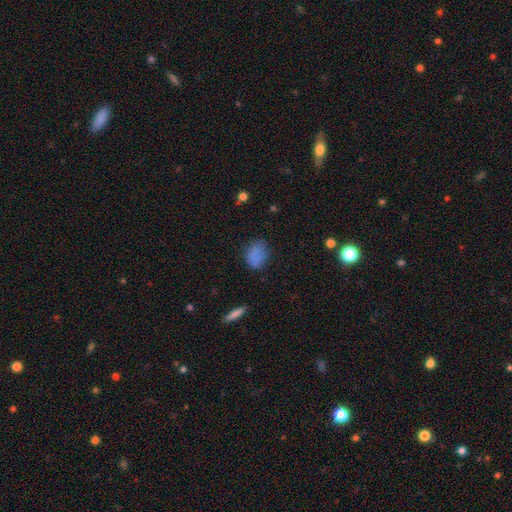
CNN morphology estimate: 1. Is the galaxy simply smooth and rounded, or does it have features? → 81% smooth, 11% star or artifact, 8% featured or disk.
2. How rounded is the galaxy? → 73% in between, 25% round, 2% cigar-shaped.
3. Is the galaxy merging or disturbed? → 67% none, 22% minor disturbance, 8% major disturbance, 2% merger.